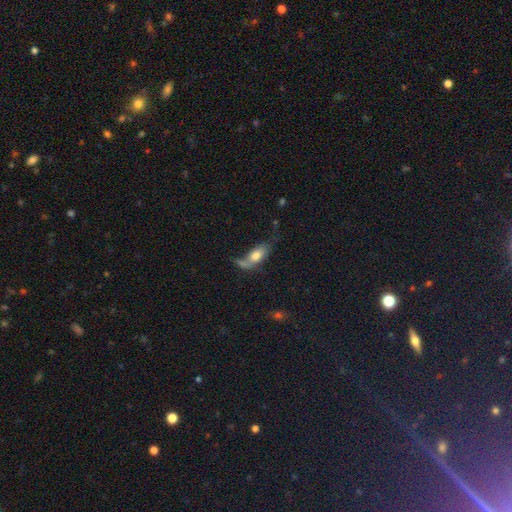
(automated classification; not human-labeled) Smooth or featured: smooth — 67% (featured or disk — 25%)
How rounded: in between — 81% (cigar-shaped — 15%)
Merging: none — 33% (major disturbance — 24%)